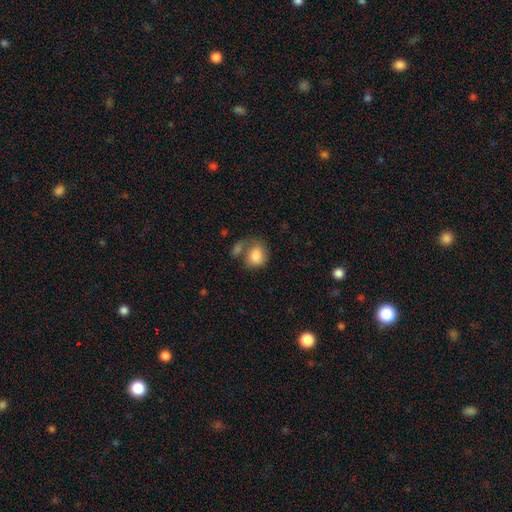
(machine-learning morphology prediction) A smooth galaxy with no disk features (81%) that is in between round and cigar-shaped (50%). Merging: none (35%).